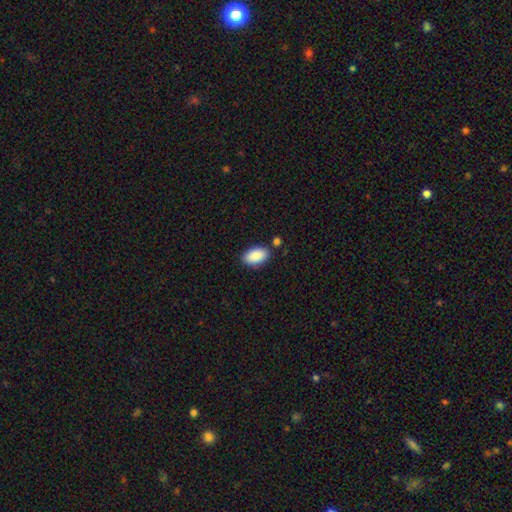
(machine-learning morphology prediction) This is clearly a smooth galaxy (90%). How rounded: clearly in between (94%). Merging: likely none (80%).